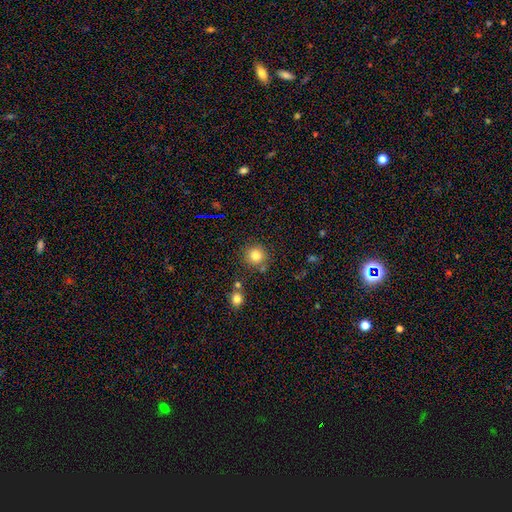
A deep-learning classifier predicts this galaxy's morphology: Smooth or featured: smooth — 81% (star or artifact — 12%)
How rounded: round — 93% (in between — 6%)
Merging: none — 82% (minor disturbance — 8%)